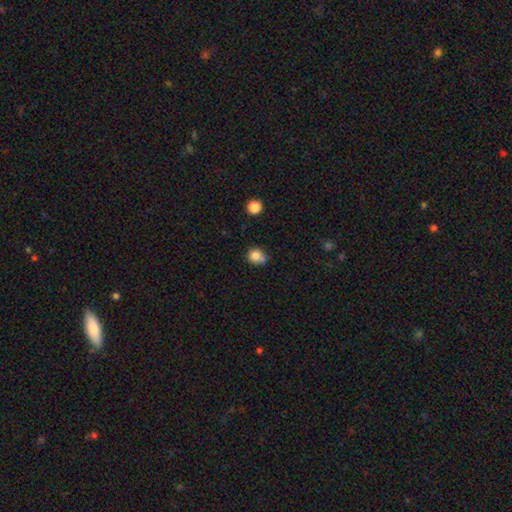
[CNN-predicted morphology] This appears to be a smooth galaxy with no disk features (80%) that is round (83%). Merging: none (53%).